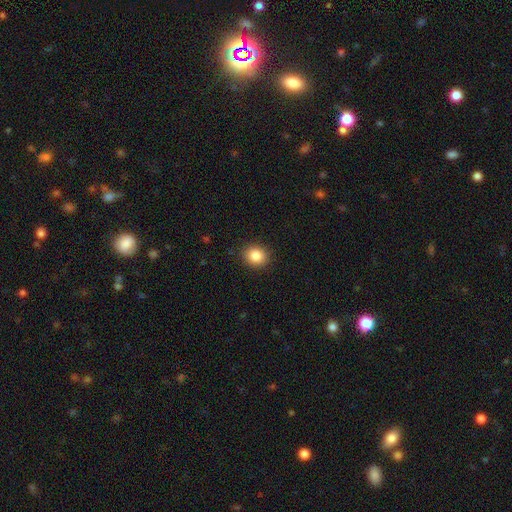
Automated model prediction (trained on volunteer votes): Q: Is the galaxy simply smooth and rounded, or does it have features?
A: smooth — 86%.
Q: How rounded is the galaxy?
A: round — 76%.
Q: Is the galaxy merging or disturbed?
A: none — 90%.